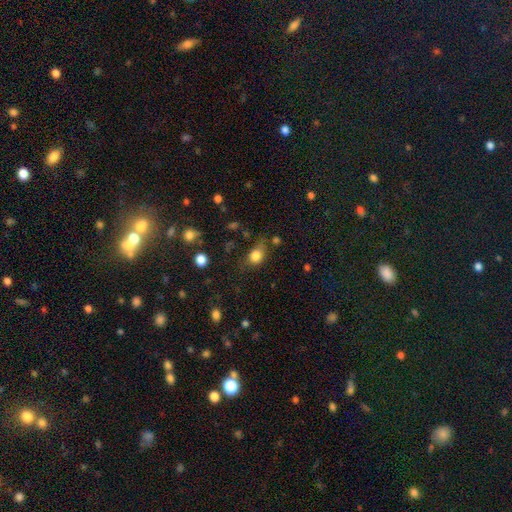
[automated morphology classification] Smooth or featured?
  - smooth: 82% *
  - star or artifact: 10%
  - featured or disk: 8%
How rounded?
  - in between: 52% *
  - round: 47%
  - cigar-shaped: 2%
Merging?
  - none: 52% *
  - minor disturbance: 31%
  - major disturbance: 13%
  - merger: 4%